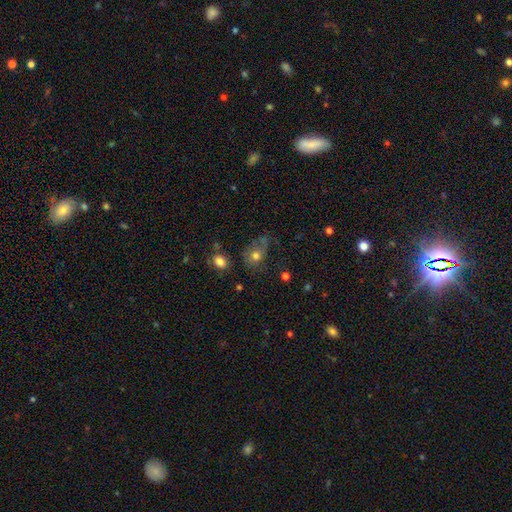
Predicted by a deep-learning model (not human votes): A smooth galaxy with no disk features (69%) that is round (52%). Merging: none (40%).